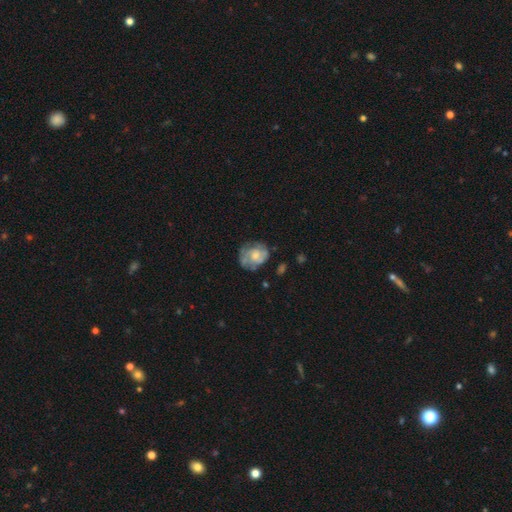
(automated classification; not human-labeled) smooth_or_featured: featured or disk (p=0.57) [alt: smooth p=0.36]
disk_edge_on: no (p=0.98) [alt: yes p=0.02]
bar: no (p=0.80) [alt: weak p=0.18]
has_spiral_arms: yes (p=0.61) [alt: no p=0.39]
bulge_size: moderate (p=0.50) [alt: small p=0.32]
merging: none (p=0.62) [alt: minor disturbance p=0.24]